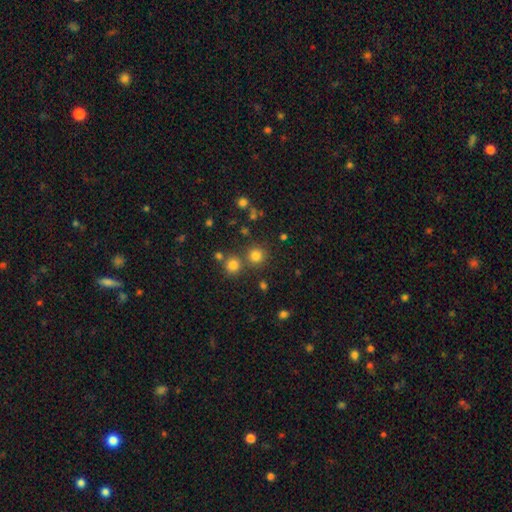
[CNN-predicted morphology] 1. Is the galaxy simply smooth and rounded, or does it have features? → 78% smooth, 17% star or artifact, 6% featured or disk.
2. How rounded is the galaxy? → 93% round, 6% in between, 1% cigar-shaped.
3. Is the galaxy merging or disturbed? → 76% none, 14% merger, 7% minor disturbance, 3% major disturbance.